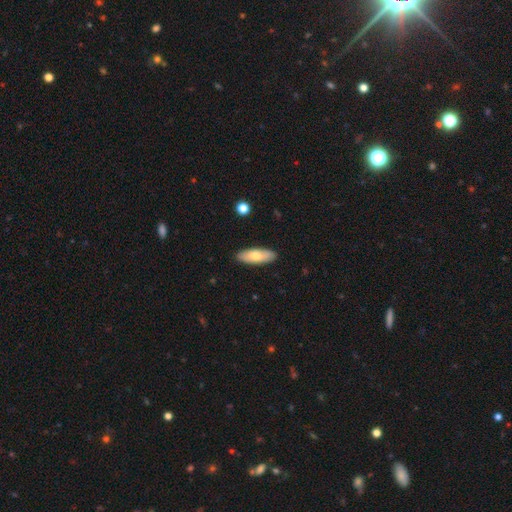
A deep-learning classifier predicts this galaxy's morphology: This is likely a smooth galaxy (69%). How rounded: likely in between (67%). Merging: clearly none (90%).